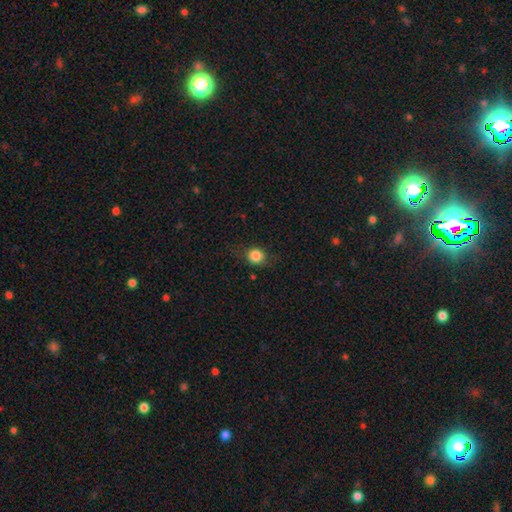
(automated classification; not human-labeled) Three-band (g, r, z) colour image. It shows a smooth galaxy with no disk features (83%) that is round (81%). Merging: none (78%).